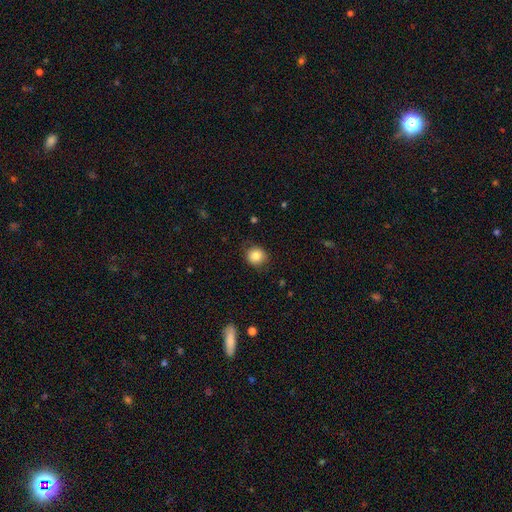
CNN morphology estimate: smooth-or-featured: smooth: 84% | star or artifact: 10% | featured or disk: 7%
  how-rounded: round: 86% | in between: 13% | cigar-shaped: 1%
  merging: none: 84% | minor disturbance: 12% | major disturbance: 3% | merger: 1%